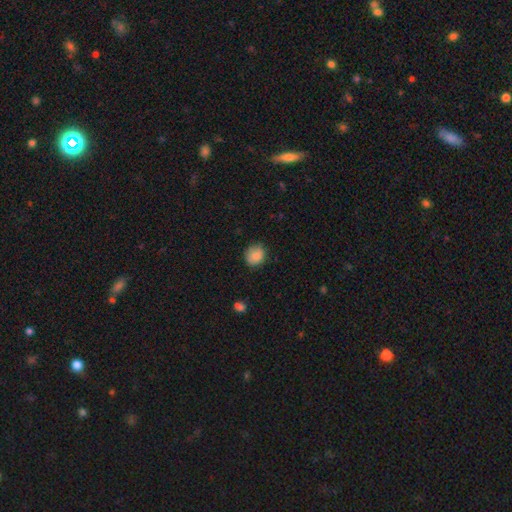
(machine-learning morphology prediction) Smooth or featured?
  - smooth: 86% *
  - star or artifact: 8%
  - featured or disk: 5%
How rounded?
  - round: 74% *
  - in between: 25%
  - cigar-shaped: 1%
Merging?
  - none: 81% *
  - minor disturbance: 15%
  - major disturbance: 3%
  - merger: 1%